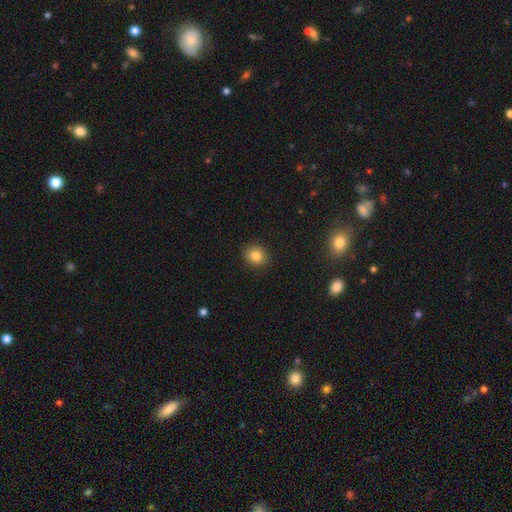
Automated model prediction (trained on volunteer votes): A smooth galaxy with no disk features (83%) that is round (80%).

Vote fractions:
- Smooth or featured? smooth: 83% / star or artifact: 11% / featured or disk: 6%
- How rounded? round: 80% / in between: 19% / cigar-shaped: 1%
- Merging? none: 88% / minor disturbance: 8% / major disturbance: 2% / merger: 1%